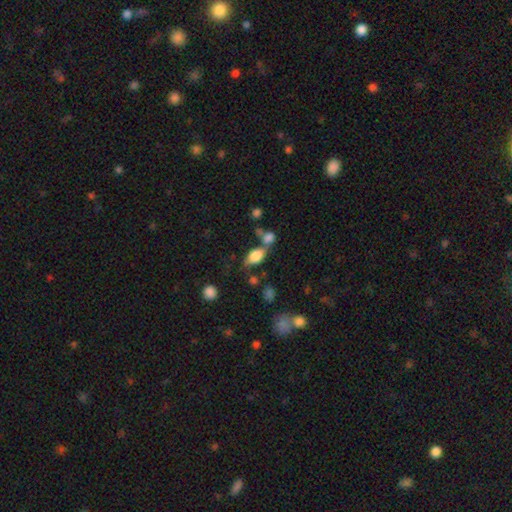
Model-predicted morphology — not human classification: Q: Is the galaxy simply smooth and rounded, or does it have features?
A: smooth — 77%.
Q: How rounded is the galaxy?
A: in between — 85%.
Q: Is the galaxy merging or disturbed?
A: none — 45%.